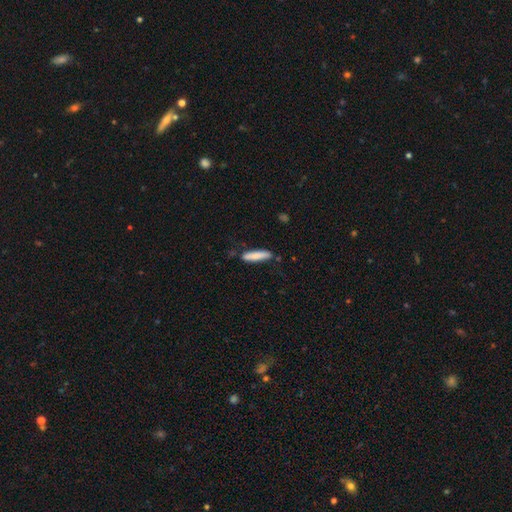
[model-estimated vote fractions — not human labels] Q: Smooth or featured?
A: smooth (83%); runner-up: featured or disk (12%)
Q: How rounded?
A: cigar-shaped (84%); runner-up: in between (15%)
Q: Merging?
A: none (81%); runner-up: minor disturbance (14%)